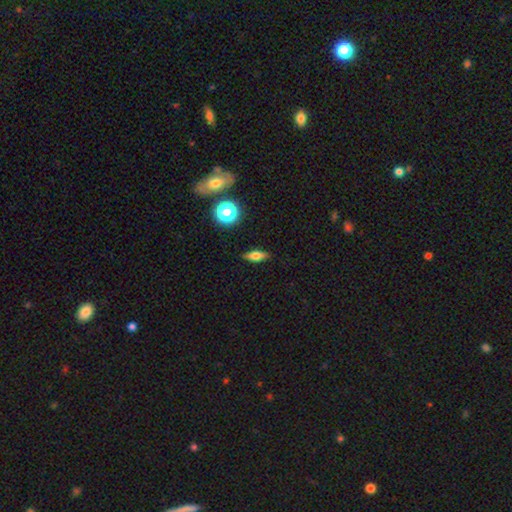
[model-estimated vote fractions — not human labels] Smooth or featured? smooth (59%)
How rounded? in between (60%)
Merging? none (86%)